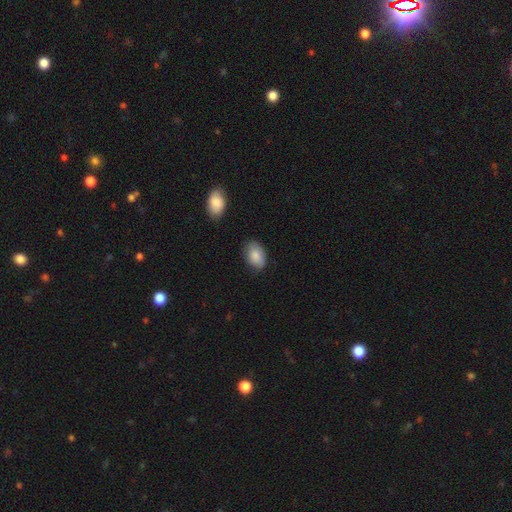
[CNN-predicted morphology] Smooth or featured? smooth (82%)
How rounded? in between (88%)
Merging? none (72%)